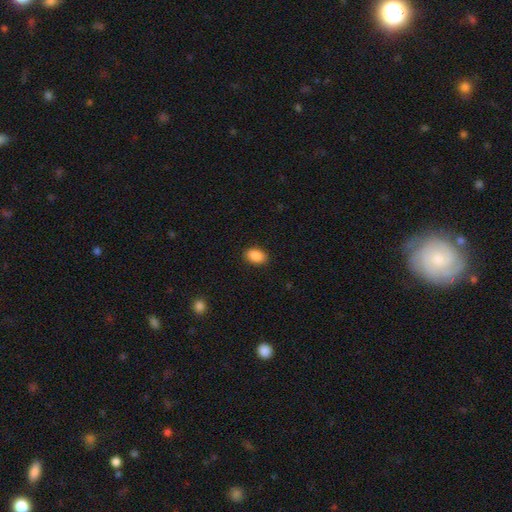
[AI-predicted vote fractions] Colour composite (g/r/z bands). It shows a smooth galaxy with no disk features (89%) that is in between round and cigar-shaped (87%). Merging: none (89%).